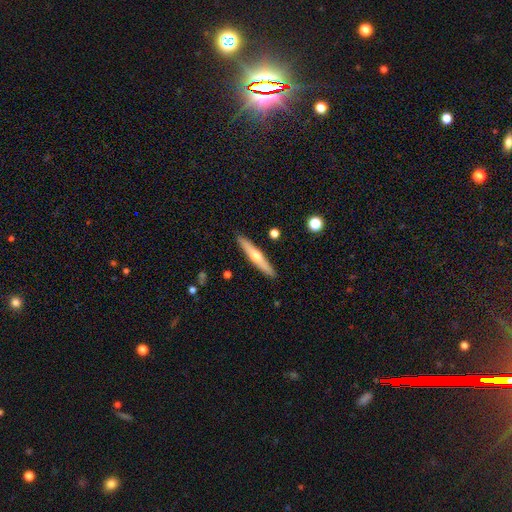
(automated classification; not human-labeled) A featured or disk galaxy (56%) viewed edge-on (95%) with a rounded central bulge (88%). Merging: none (91%).